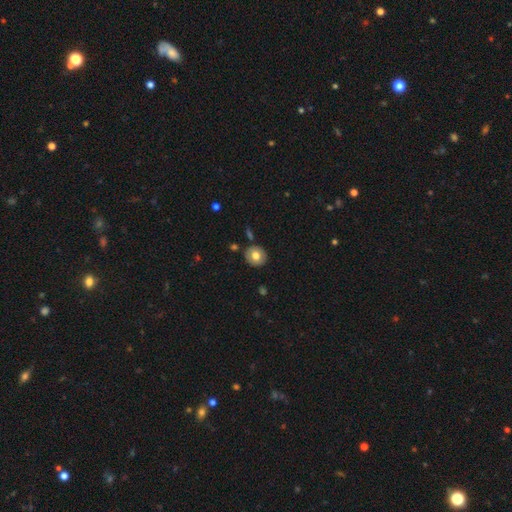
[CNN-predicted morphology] The model was most divided on "smooth or featured": smooth: 72%, featured or disk: 20%, star or artifact: 8%. More confident: merging — none (87%); how rounded — round (82%).